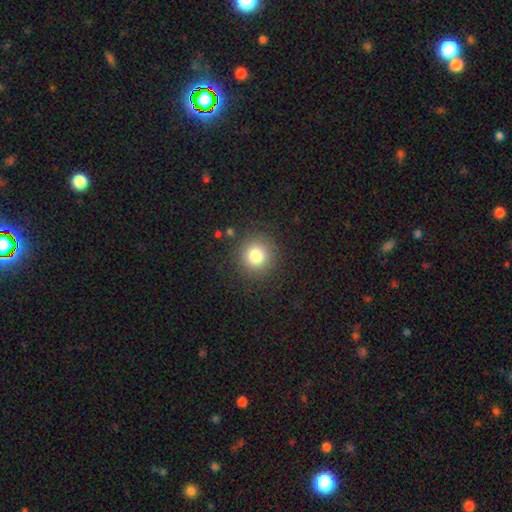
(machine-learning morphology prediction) smooth 80%, star or artifact 12%, featured or disk 8%. Down the decision tree: how rounded — round (93%); merging — none (89%).